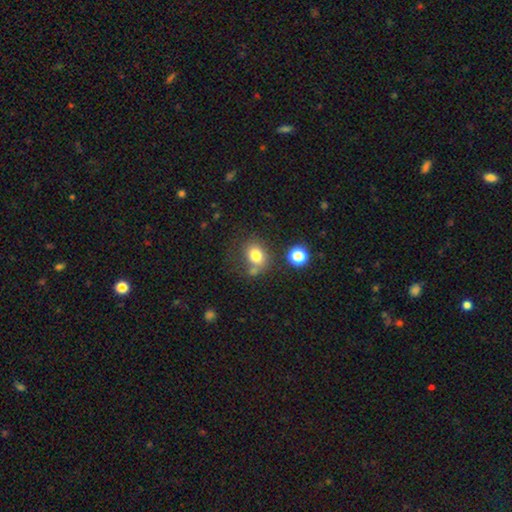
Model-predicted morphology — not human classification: The model was most divided on "how rounded": round: 52%, in between: 47%, cigar-shaped: 1%. More confident: smooth or featured — smooth (77%); merging — none (60%).